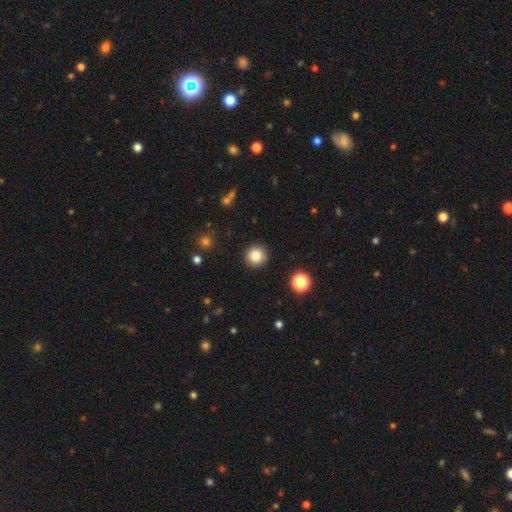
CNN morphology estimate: Smooth or featured: smooth — 86% (star or artifact — 11%)
How rounded: round — 95% (in between — 4%)
Merging: none — 90% (minor disturbance — 6%)